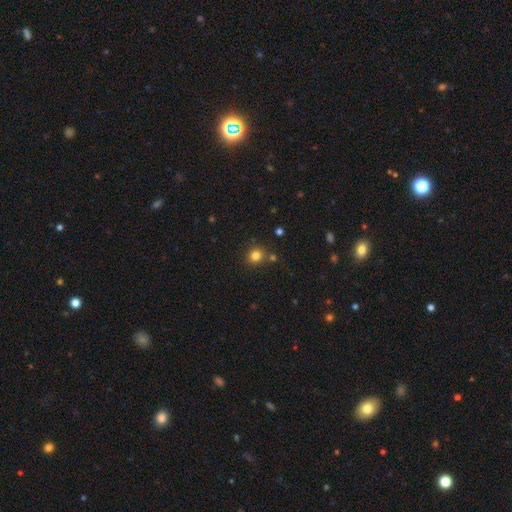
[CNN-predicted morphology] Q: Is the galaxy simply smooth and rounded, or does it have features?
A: smooth — 80%.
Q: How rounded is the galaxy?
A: round — 88%.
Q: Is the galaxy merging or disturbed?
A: none — 81%.